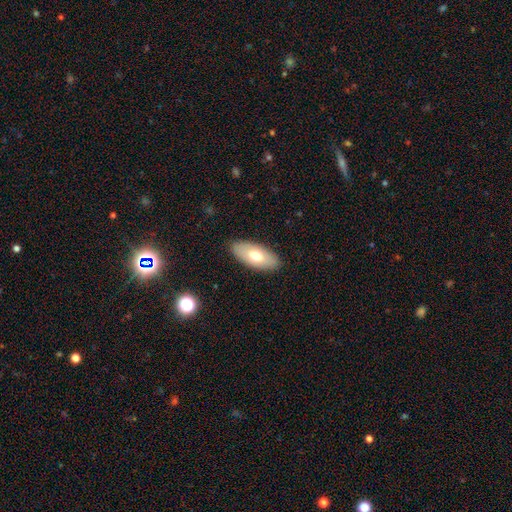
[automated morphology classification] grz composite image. It shows a smooth galaxy with no disk features (69%) that is in between round and cigar-shaped (89%). Merging: none (88%).